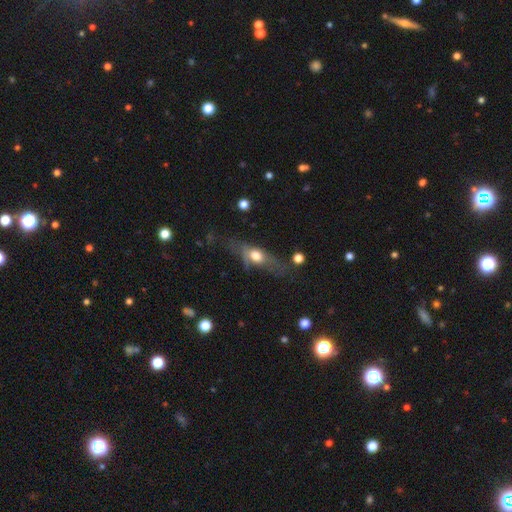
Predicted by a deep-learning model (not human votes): This is possibly a smooth galaxy (51%). How rounded: possibly in between (58%). Merging: marginally none (38%).